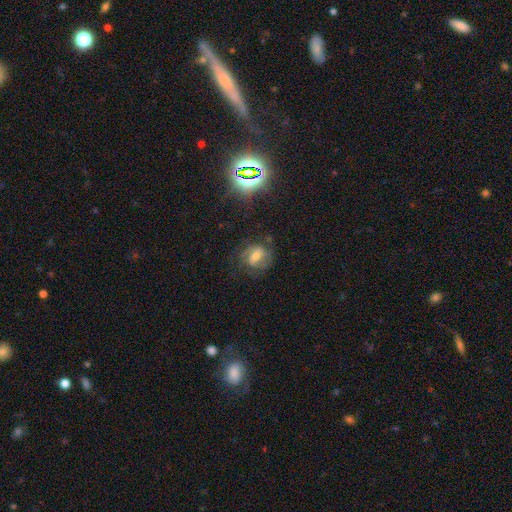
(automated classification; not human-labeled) Q: Smooth or featured?
A: featured or disk (49%); runner-up: smooth (33%)
Q: Merging?
A: none (66%); runner-up: minor disturbance (20%)